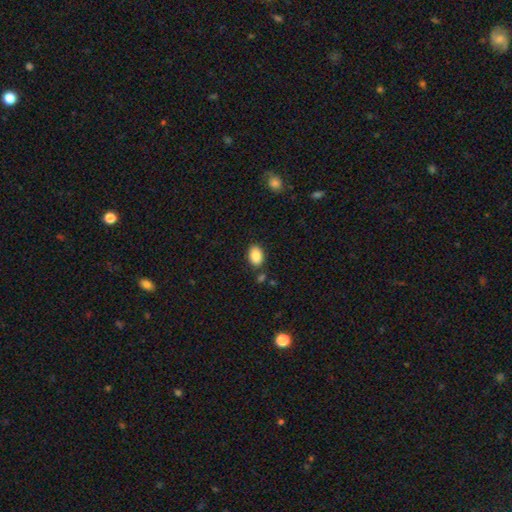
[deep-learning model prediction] A smooth galaxy with no disk features (87%) that is in between round and cigar-shaped (87%). Merging: none (80%).